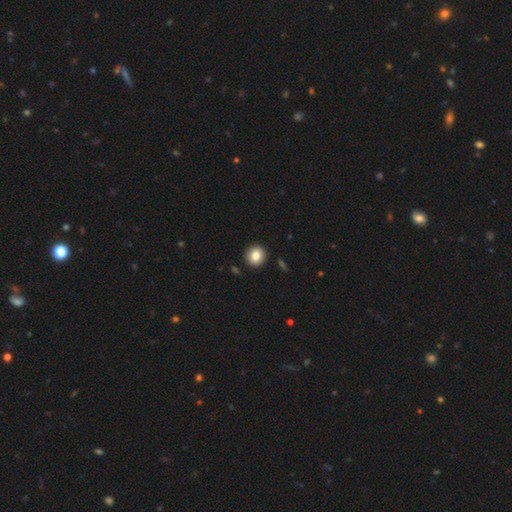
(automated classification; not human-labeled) Smooth or featured: smooth — 84% (star or artifact — 9%)
How rounded: round — 90% (in between — 9%)
Merging: none — 92% (minor disturbance — 5%)